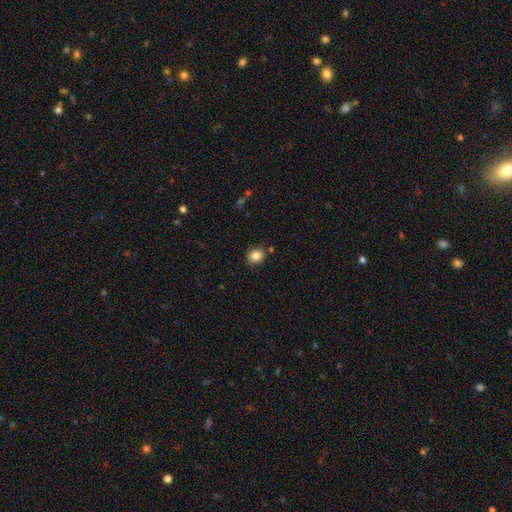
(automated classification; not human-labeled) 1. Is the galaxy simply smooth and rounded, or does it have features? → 85% smooth, 10% star or artifact, 5% featured or disk.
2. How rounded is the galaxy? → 75% round, 24% in between, 1% cigar-shaped.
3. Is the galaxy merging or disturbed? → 84% none, 10% minor disturbance, 3% merger, 2% major disturbance.